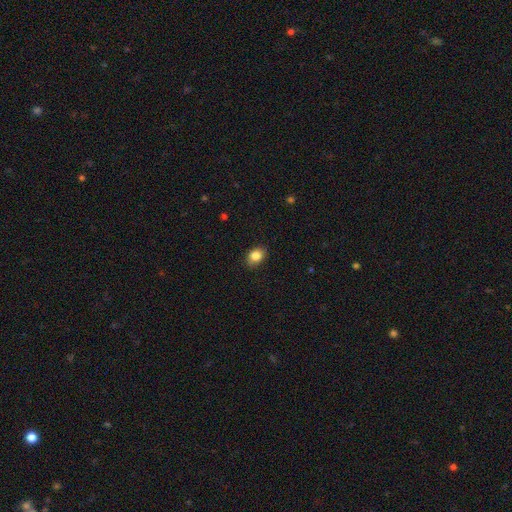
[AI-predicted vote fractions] Smooth or featured: smooth — 85% (star or artifact — 9%)
How rounded: in between — 69% (round — 30%)
Merging: none — 87% (minor disturbance — 10%)